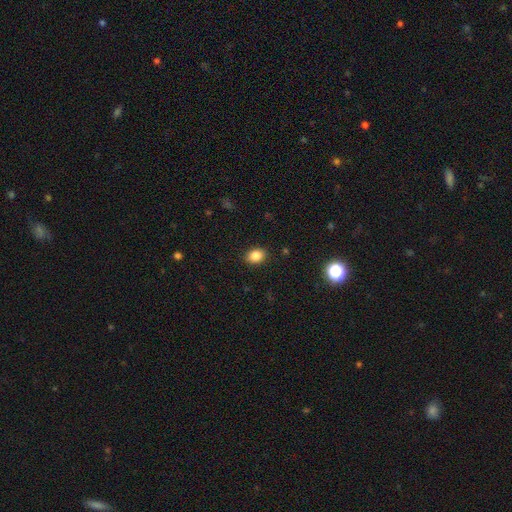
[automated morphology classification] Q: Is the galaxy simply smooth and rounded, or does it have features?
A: smooth — 84%.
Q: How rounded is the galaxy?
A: in between — 66%.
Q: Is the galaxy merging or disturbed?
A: none — 89%.